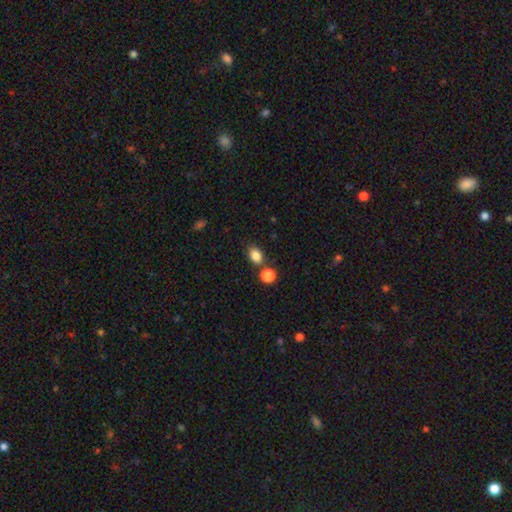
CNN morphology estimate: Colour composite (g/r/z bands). It shows a smooth galaxy with no disk features (85%) that is in between round and cigar-shaped (75%). Merging: none (69%).